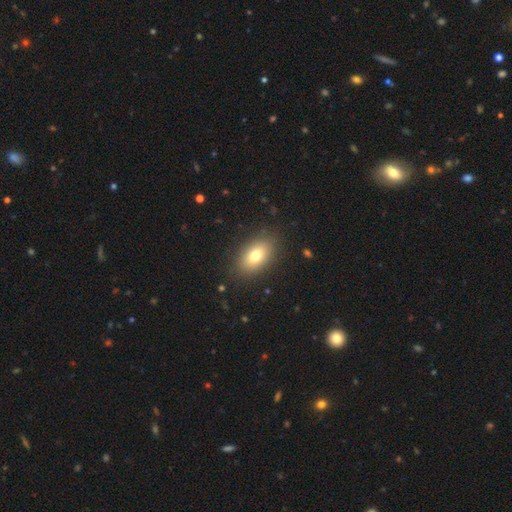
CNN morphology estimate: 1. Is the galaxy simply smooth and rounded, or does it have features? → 75% smooth, 16% featured or disk, 9% star or artifact.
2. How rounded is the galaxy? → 88% in between, 9% round, 3% cigar-shaped.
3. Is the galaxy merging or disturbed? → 86% none, 10% minor disturbance, 3% major disturbance, 1% merger.